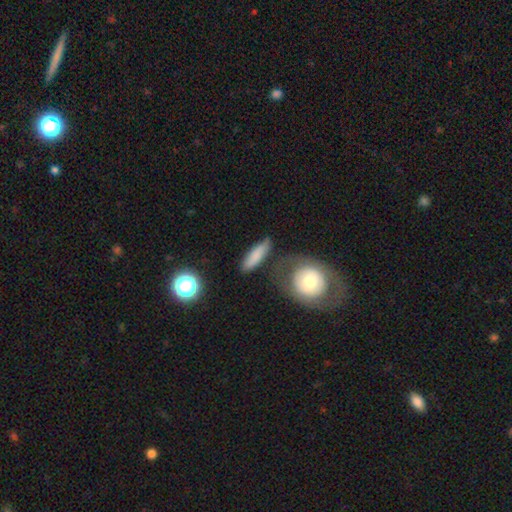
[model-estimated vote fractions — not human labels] Overall: smooth (79%). How rounded: cigar-shaped (61%; in between 35%). Merging: none (67%).